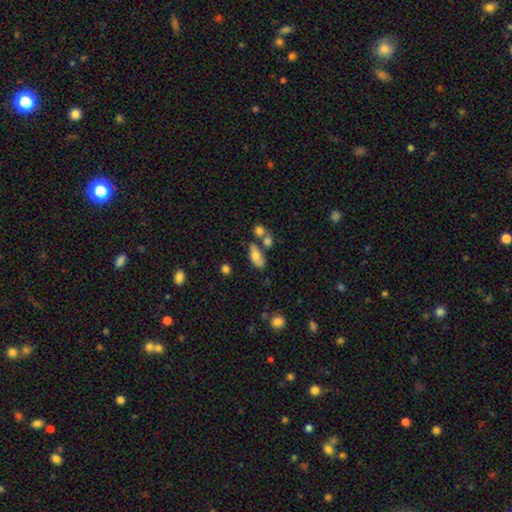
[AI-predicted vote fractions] Smooth or featured: smooth — 67% (featured or disk — 25%)
How rounded: in between — 85% (cigar-shaped — 9%)
Merging: none — 53% (merger — 22%)